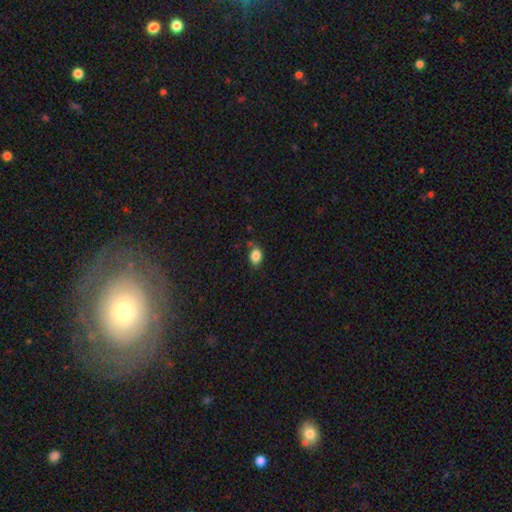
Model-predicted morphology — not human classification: type=smooth (85%); roundness=in between (79%); merging=none (71%).